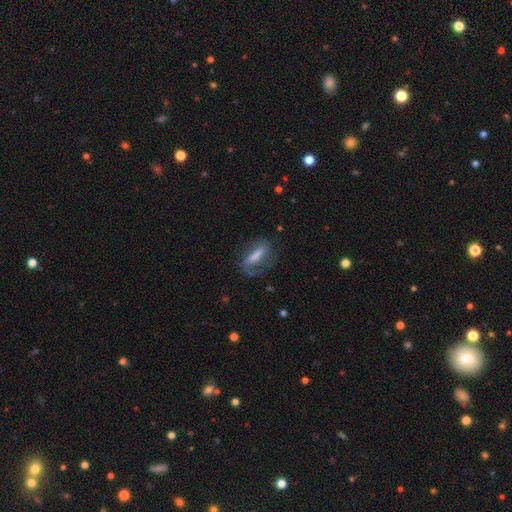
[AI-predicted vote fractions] Q: Smooth or featured?
A: smooth (50%); runner-up: featured or disk (41%)
Q: Merging?
A: none (56%); runner-up: minor disturbance (22%)